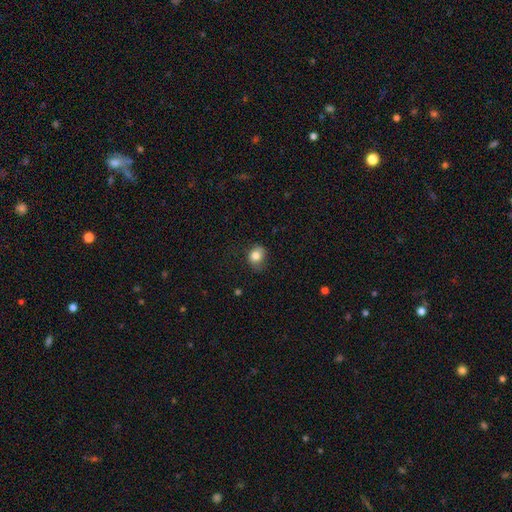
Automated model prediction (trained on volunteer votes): Smooth or featured? Predicted: smooth (p=0.81). How rounded? Predicted: round (p=0.57). Merging? Predicted: none (p=0.67).